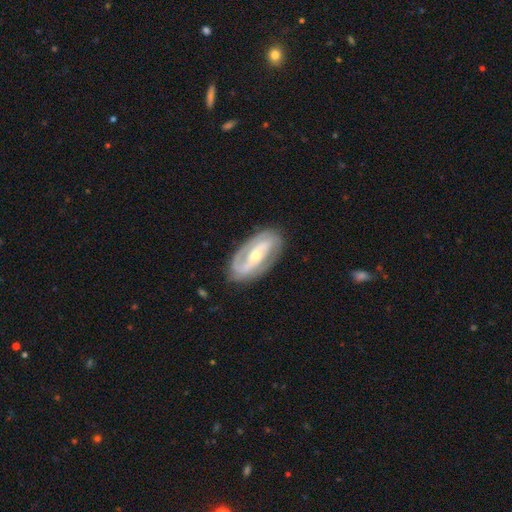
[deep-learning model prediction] Smooth or featured: featured or disk — 84% (smooth — 11%)
Edge-on disk: no — 94% (yes — 6%)
Bar: strong — 49% (weak — 27%)
Spiral arms: yes — 88% (no — 12%)
Spiral winding: tight — 46% (medium — 38%)
Spiral arm count: 2 — 81% (can't tell — 9%)
Bulge size: moderate — 50% (small — 46%)
Merging: none — 82% (minor disturbance — 12%)